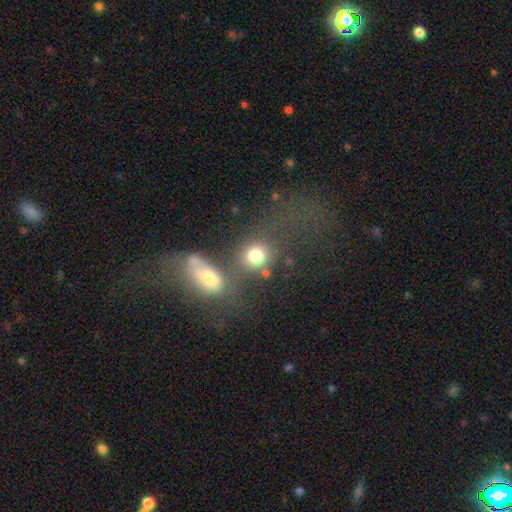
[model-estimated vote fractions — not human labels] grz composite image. It shows a smooth galaxy with no disk features (78%) that is round (70%). Merging: none (49%).